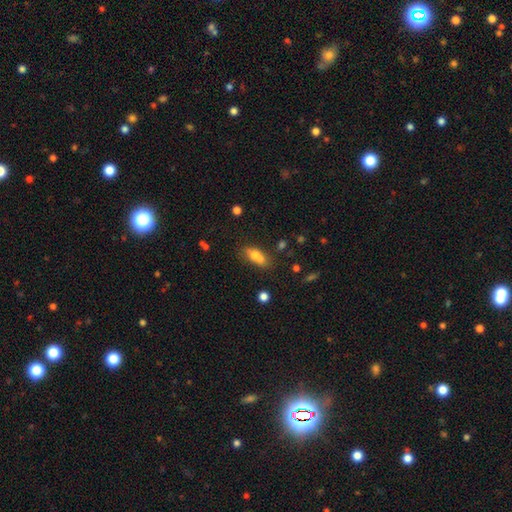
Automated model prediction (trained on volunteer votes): This is likely a smooth galaxy (66%). How rounded: likely in between (67%). Merging: possibly merger (48%).